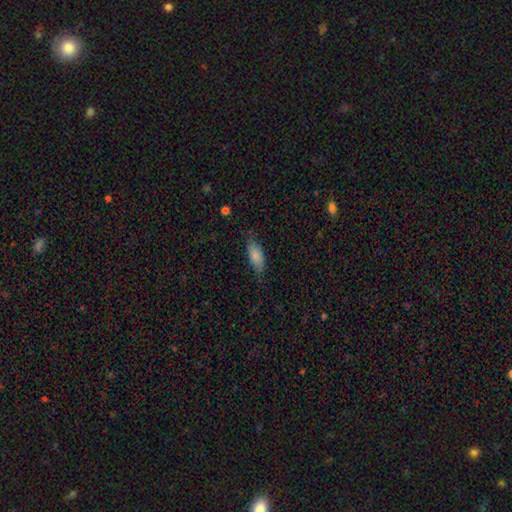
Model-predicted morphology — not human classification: This is clearly a smooth galaxy (82%). How rounded: clearly in between (81%). Merging: likely none (73%).